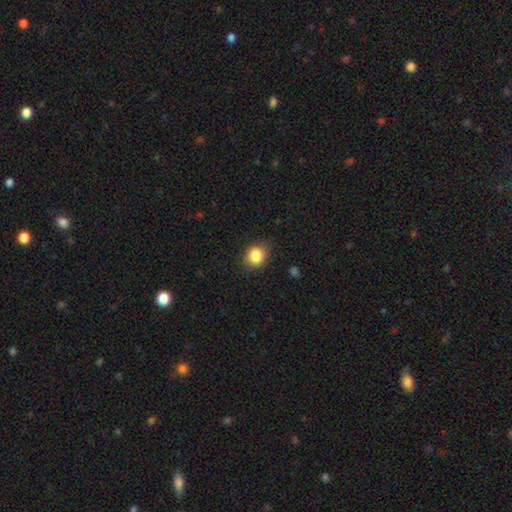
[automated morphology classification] The model was most divided on "how rounded": round: 72%, in between: 27%, cigar-shaped: 1%. More confident: smooth or featured — smooth (84%); merging — none (80%).